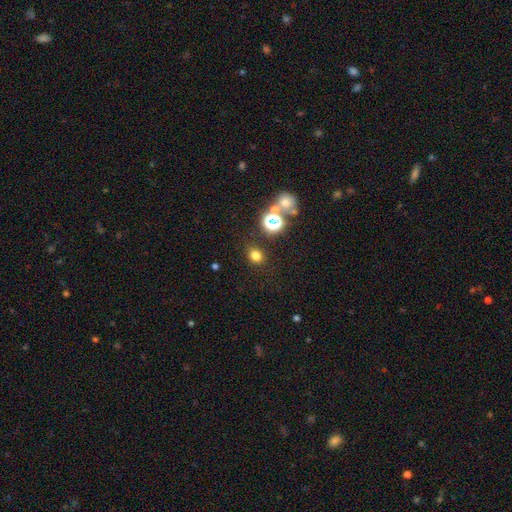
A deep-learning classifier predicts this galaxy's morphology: Smooth or featured? smooth (73%)
How rounded? round (68%)
Merging? none (82%)